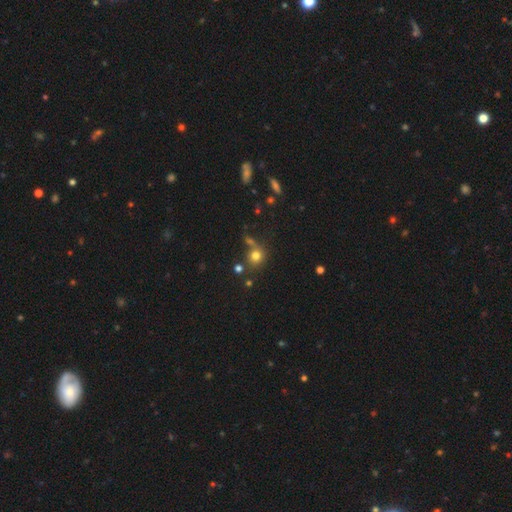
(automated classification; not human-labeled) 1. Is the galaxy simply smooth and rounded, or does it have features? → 75% smooth, 15% star or artifact, 9% featured or disk.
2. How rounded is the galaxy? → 85% round, 14% in between, 1% cigar-shaped.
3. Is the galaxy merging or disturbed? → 63% none, 19% merger, 12% minor disturbance, 6% major disturbance.